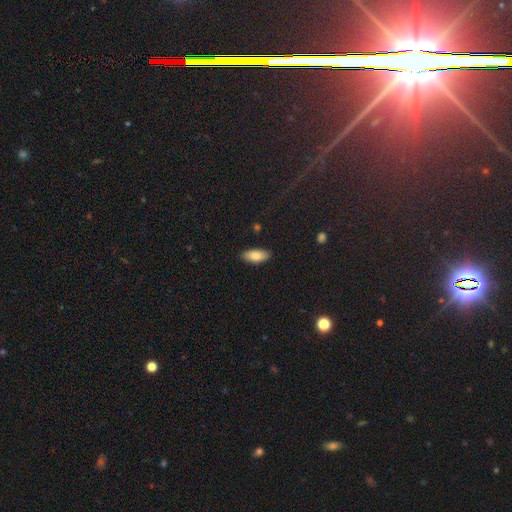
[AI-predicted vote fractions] smooth_or_featured: smooth (p=0.82) [alt: featured or disk p=0.12]
how_rounded: in between (p=0.82) [alt: cigar-shaped p=0.16]
merging: none (p=0.88) [alt: minor disturbance p=0.09]